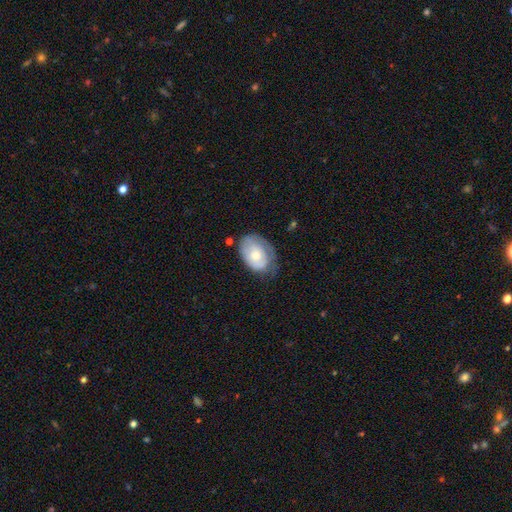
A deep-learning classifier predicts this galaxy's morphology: This is likely a smooth galaxy (60%). How rounded: likely in between (79%). Merging: possibly none (48%).